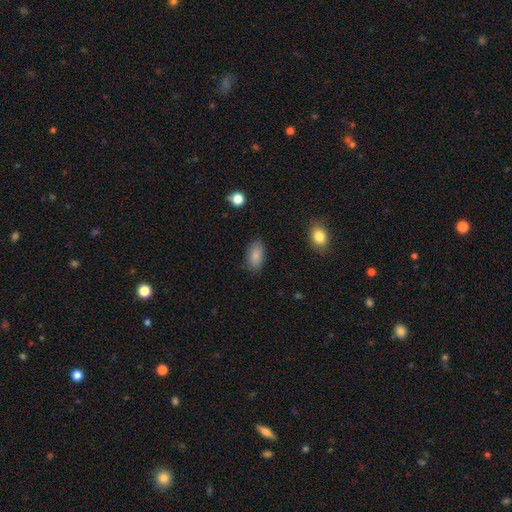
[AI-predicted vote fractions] smooth-or-featured: smooth: 86% | star or artifact: 8% | featured or disk: 6%
  how-rounded: in between: 92% | round: 5% | cigar-shaped: 3%
  merging: none: 85% | minor disturbance: 11% | major disturbance: 3% | merger: 1%